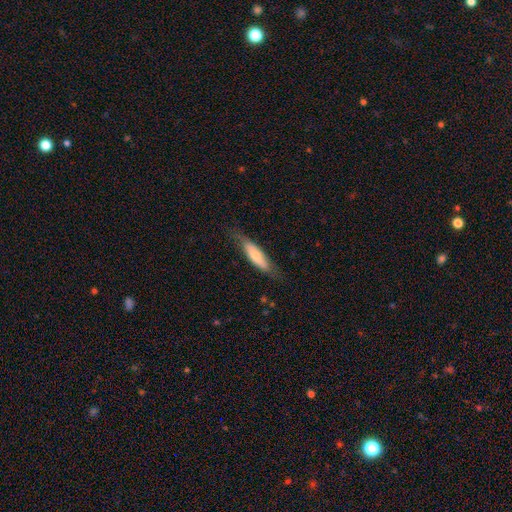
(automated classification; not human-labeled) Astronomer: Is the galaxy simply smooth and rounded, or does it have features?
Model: smooth — 65%.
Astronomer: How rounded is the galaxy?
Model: cigar-shaped — 63%.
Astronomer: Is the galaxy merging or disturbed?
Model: none — 72%.